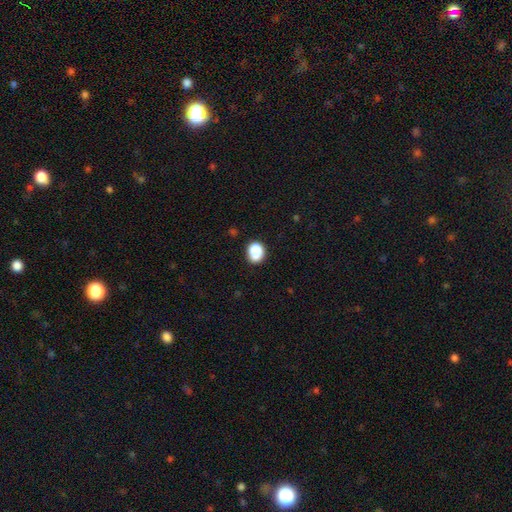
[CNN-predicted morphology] smooth_or_featured: smooth (p=0.83) [alt: star or artifact p=0.11]
how_rounded: round (p=0.53) [alt: in between p=0.46]
merging: none (p=0.70) [alt: minor disturbance p=0.20]